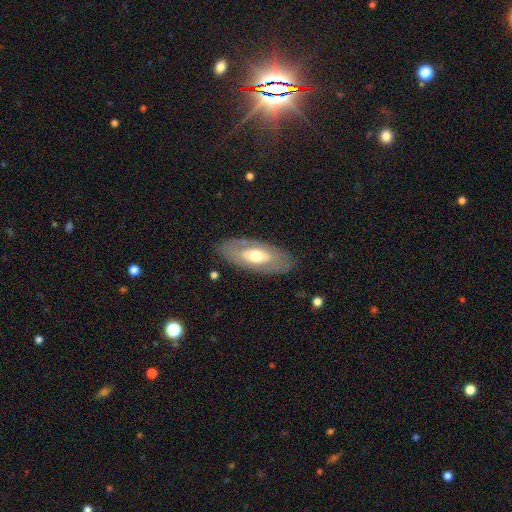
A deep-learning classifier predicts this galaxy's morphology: Smooth or featured? featured or disk (53%)
Edge-on disk? no (82%)
Merging? none (82%)